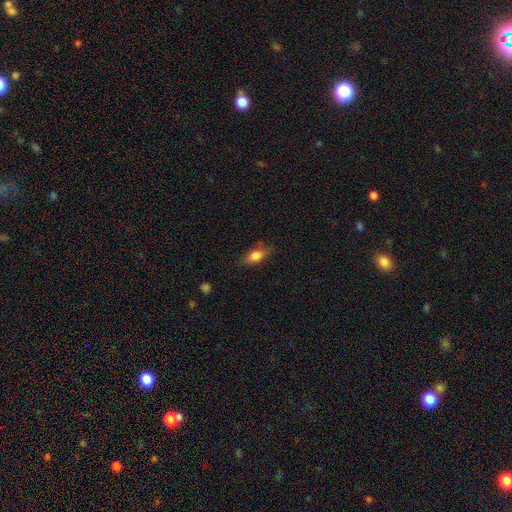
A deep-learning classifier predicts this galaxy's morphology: Q: Smooth or featured?
A: smooth (75%); runner-up: featured or disk (16%)
Q: How rounded?
A: in between (77%); runner-up: cigar-shaped (17%)
Q: Merging?
A: none (76%); runner-up: minor disturbance (18%)